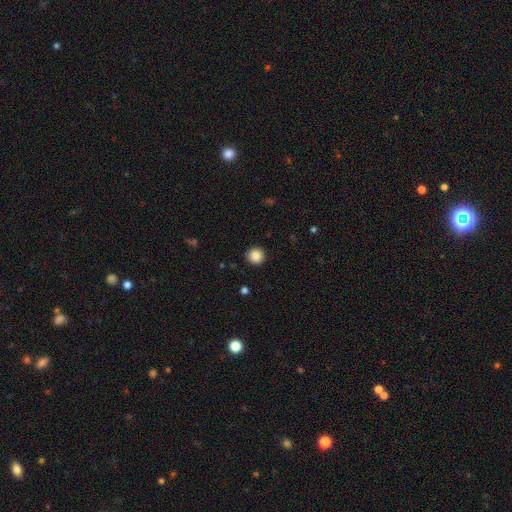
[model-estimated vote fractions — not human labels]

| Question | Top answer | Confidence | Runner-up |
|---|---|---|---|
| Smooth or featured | smooth | 87% | star or artifact (9%) |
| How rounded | round | 95% | in between (4%) |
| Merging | none | 92% | minor disturbance (5%) |